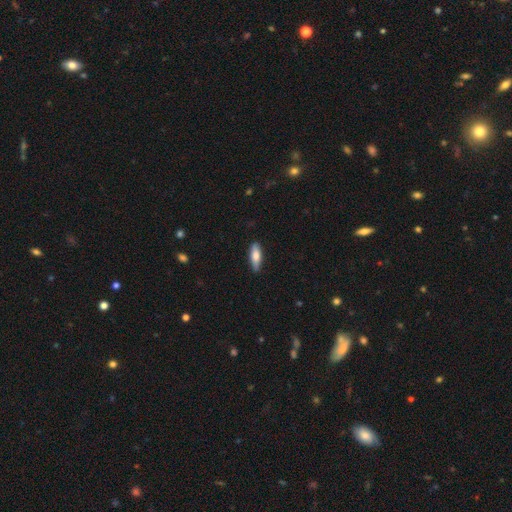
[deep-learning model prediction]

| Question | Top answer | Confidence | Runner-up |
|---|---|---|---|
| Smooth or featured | smooth | 73% | featured or disk (21%) |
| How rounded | in between | 56% | cigar-shaped (42%) |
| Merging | none | 84% | minor disturbance (13%) |